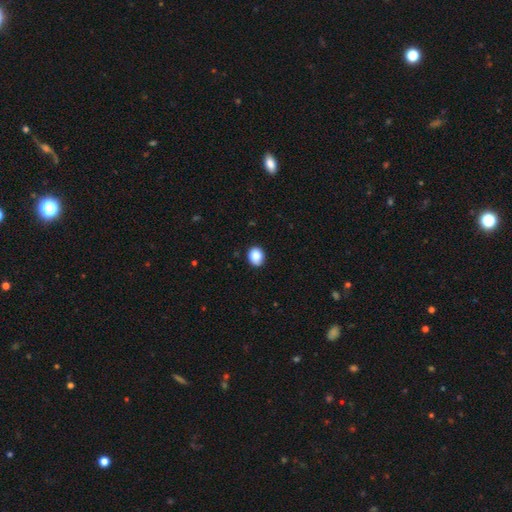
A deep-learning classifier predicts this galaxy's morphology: Smooth or featured?
  - smooth: 87% *
  - star or artifact: 9%
  - featured or disk: 4%
How rounded?
  - round: 59% *
  - in between: 40%
  - cigar-shaped: 1%
Merging?
  - none: 86% *
  - minor disturbance: 11%
  - major disturbance: 2%
  - merger: 1%